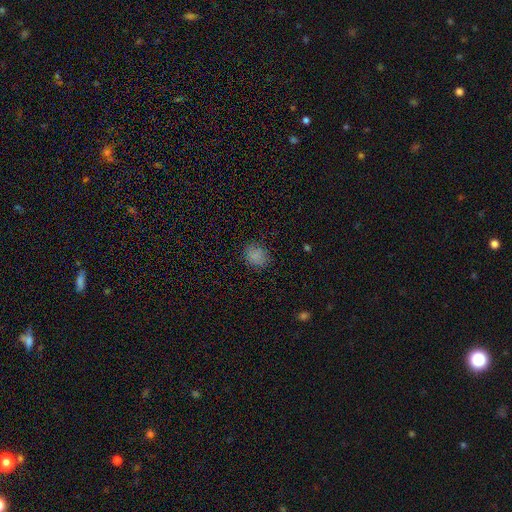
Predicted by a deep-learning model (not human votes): Smooth or featured? smooth (80%)
How rounded? round (67%)
Merging? none (85%)